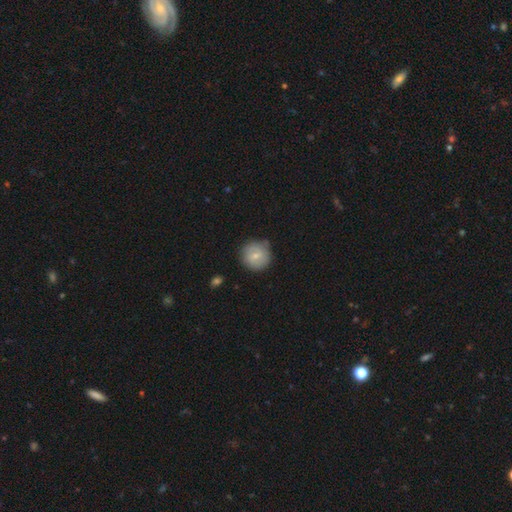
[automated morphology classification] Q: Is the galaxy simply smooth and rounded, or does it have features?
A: smooth — 68%.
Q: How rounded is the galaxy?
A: round — 93%.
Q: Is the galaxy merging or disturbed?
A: none — 79%.